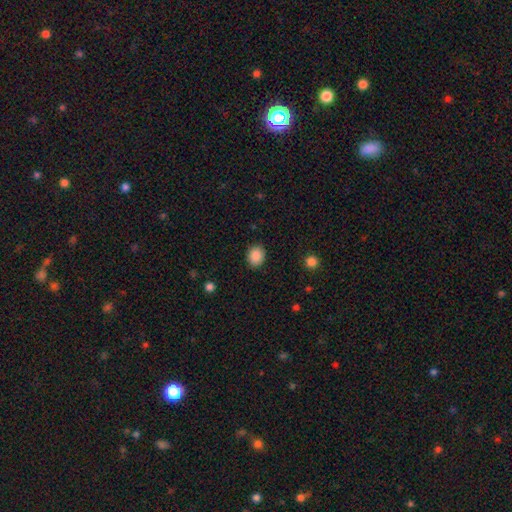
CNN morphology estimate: A smooth galaxy with no disk features (88%) that is round (51%). Merging: none (89%).